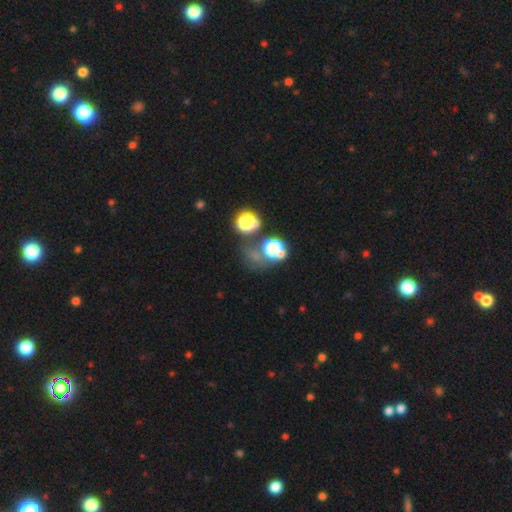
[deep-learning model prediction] Morphology: type=smooth (49%); merging=none (49%).